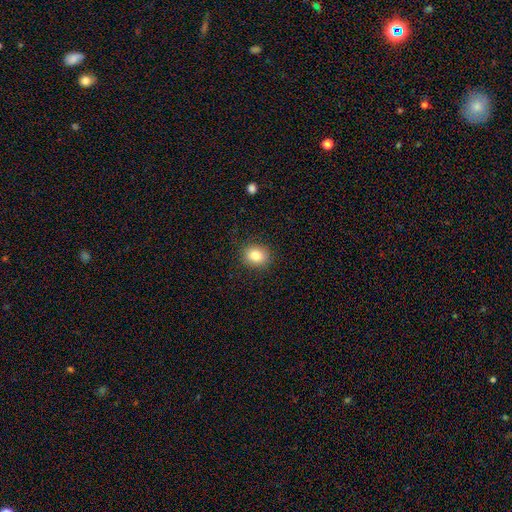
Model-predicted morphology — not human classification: type=smooth (83%); roundness=round (68%); merging=none (89%).